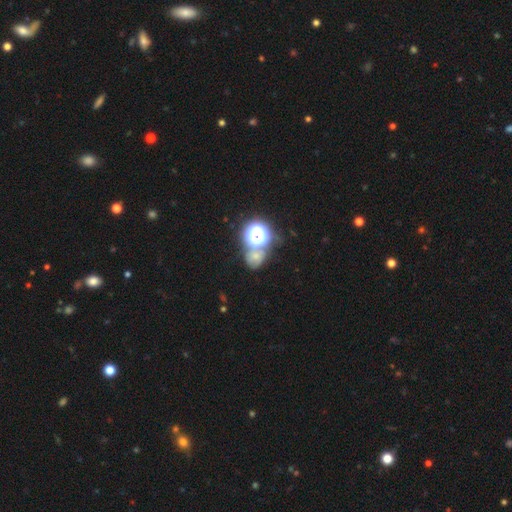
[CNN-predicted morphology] Smooth or featured? smooth (47%)
Merging? none (49%)